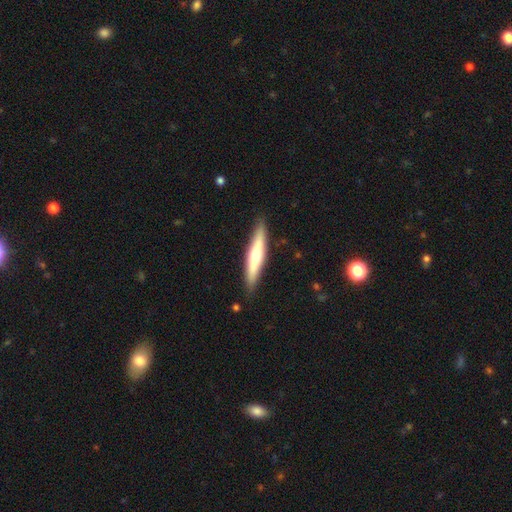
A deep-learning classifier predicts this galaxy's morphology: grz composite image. It shows a featured or disk galaxy (48%). Merging: none (87%).